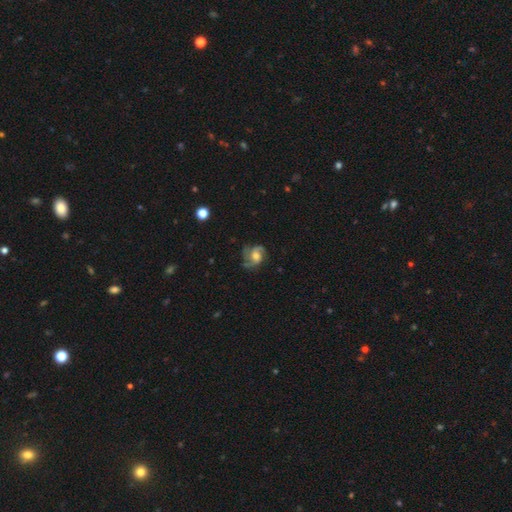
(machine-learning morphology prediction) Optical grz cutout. It shows a featured or disk galaxy (77%) with no bar (63%), 2 (49%) medium (52%) spiral arms (94%) and a moderate central bulge (51%). Merging: none (66%).